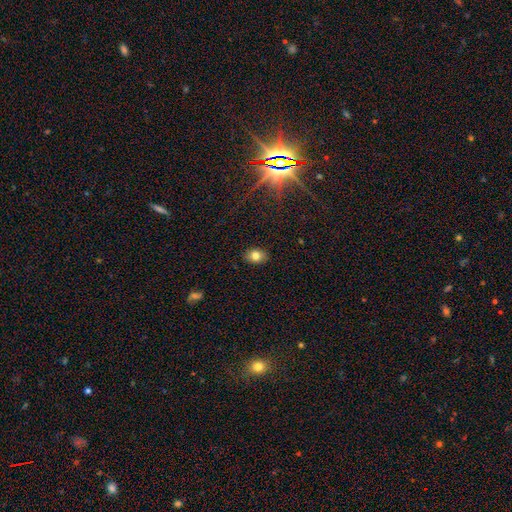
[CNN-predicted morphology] A smooth galaxy with no disk features (79%) that is in between round and cigar-shaped (67%). Merging: none (87%).